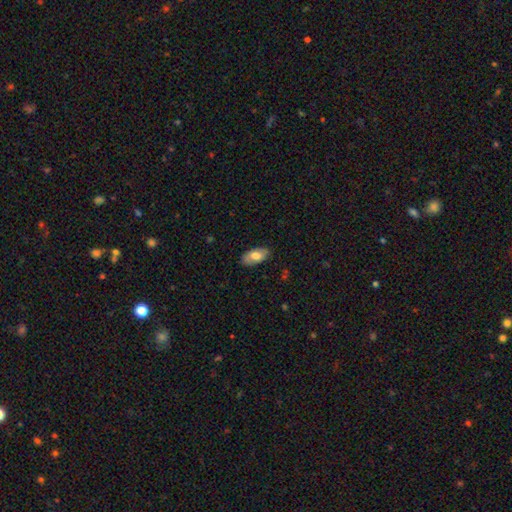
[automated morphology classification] A smooth galaxy with no disk features (73%) that is in between round and cigar-shaped (94%).

Vote fractions:
- Smooth or featured? smooth: 73% / featured or disk: 21% / star or artifact: 6%
- How rounded? in between: 94% / cigar-shaped: 4% / round: 3%
- Merging? none: 84% / minor disturbance: 12% / major disturbance: 2% / merger: 1%